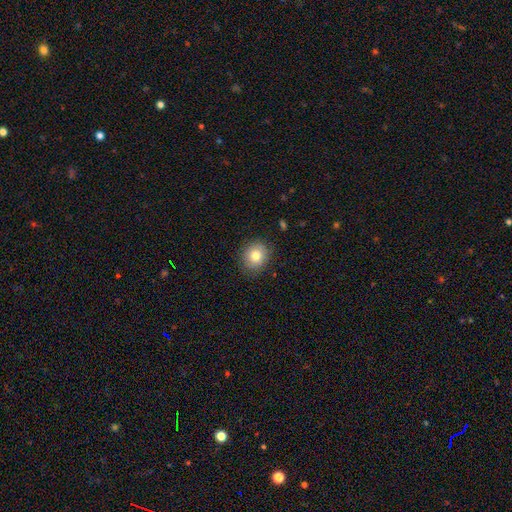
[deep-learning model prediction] smooth_or_featured: smooth (p=0.80) [alt: featured or disk p=0.11]
how_rounded: round (p=0.71) [alt: in between p=0.28]
merging: none (p=0.84) [alt: minor disturbance p=0.12]